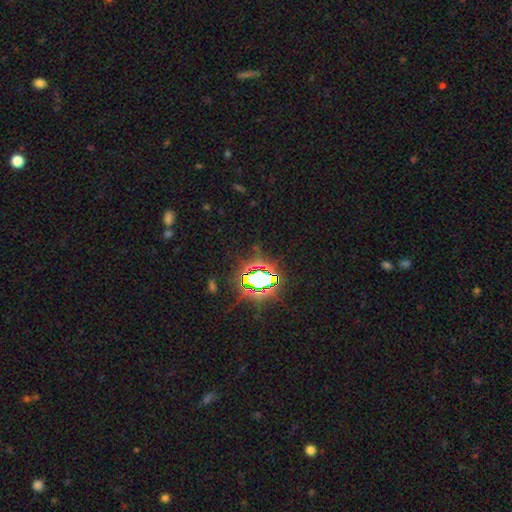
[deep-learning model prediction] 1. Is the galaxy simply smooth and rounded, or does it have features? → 79% star or artifact, 12% smooth, 9% featured or disk.